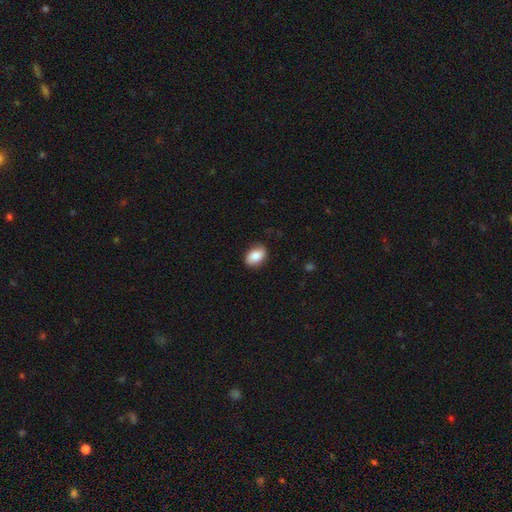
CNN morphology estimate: Overall: smooth (83%). How rounded: in between (85%). Merging: none (83%).